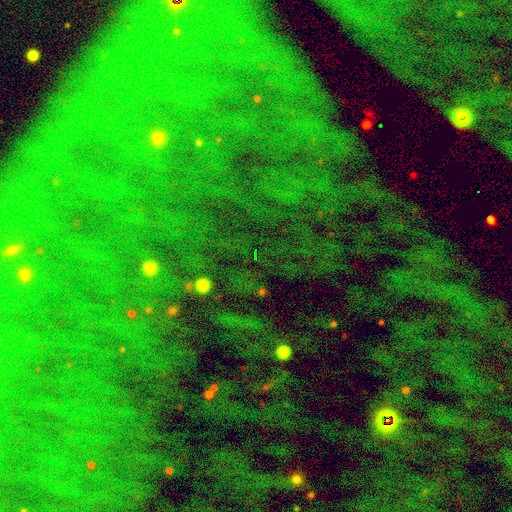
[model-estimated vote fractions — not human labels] smooth_or_featured: star or artifact (p=0.79) [alt: smooth p=0.12]